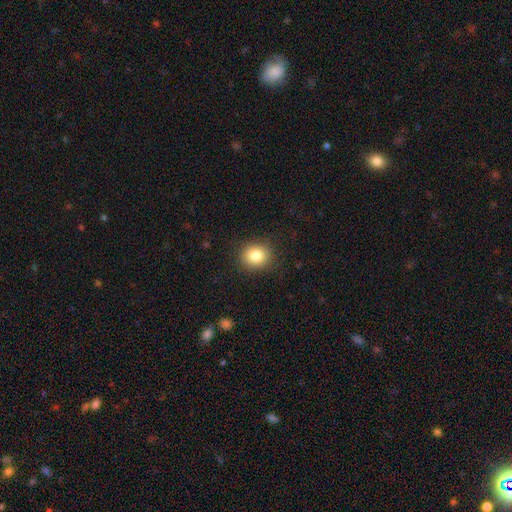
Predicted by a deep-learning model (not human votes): Smooth or featured?
  - smooth: 83% *
  - star or artifact: 10%
  - featured or disk: 7%
How rounded?
  - round: 72% *
  - in between: 27%
  - cigar-shaped: 1%
Merging?
  - none: 88% *
  - minor disturbance: 8%
  - major disturbance: 3%
  - merger: 1%